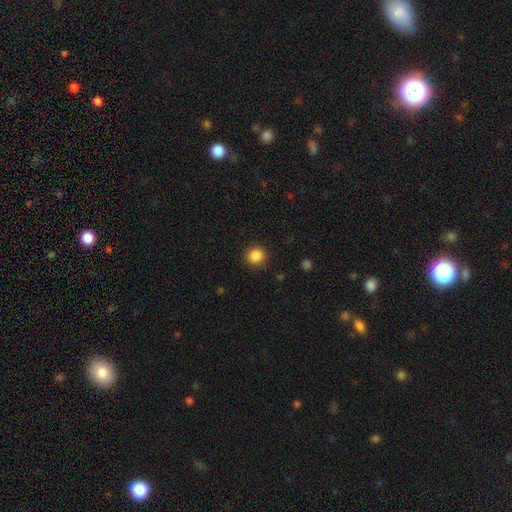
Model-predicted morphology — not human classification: This appears to be a smooth galaxy with no disk features (87%) that is round (90%). Merging: none (90%).